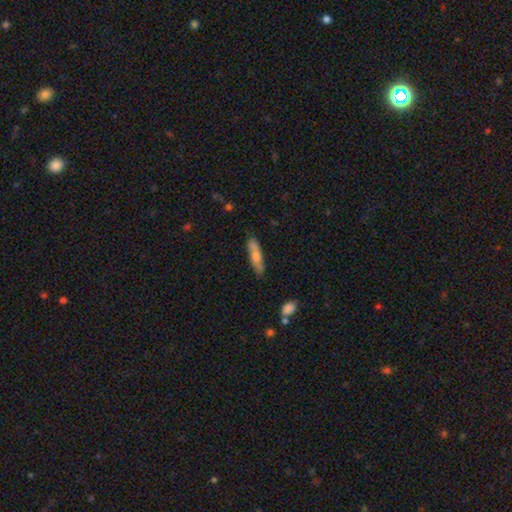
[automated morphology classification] Smooth or featured? smooth (48%)
Merging? none (82%)